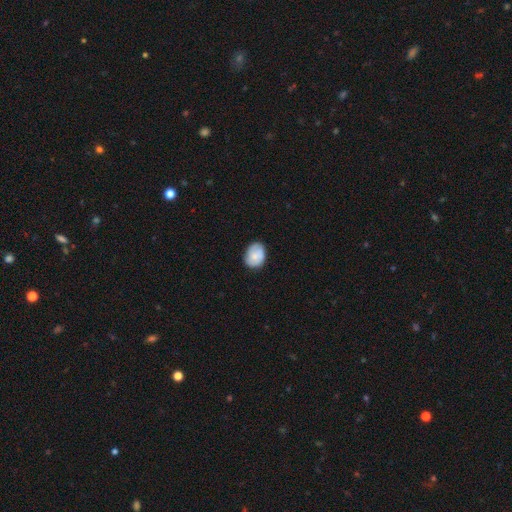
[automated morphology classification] smooth-or-featured: smooth: 68% | featured or disk: 25% | star or artifact: 7%
  how-rounded: in between: 63% | round: 36% | cigar-shaped: 1%
  merging: none: 77% | minor disturbance: 19% | major disturbance: 3% | merger: 1%